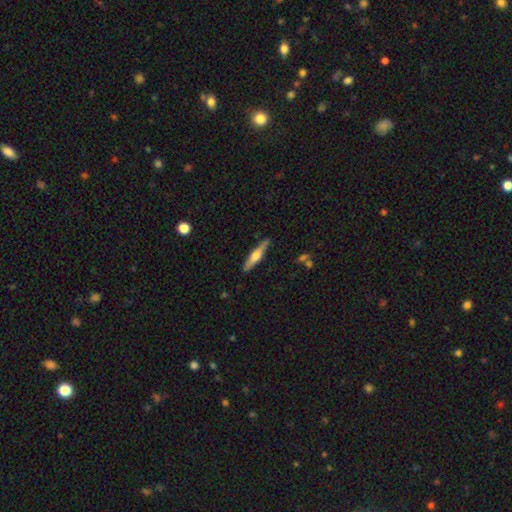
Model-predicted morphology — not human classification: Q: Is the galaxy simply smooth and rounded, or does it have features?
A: featured or disk — 57%.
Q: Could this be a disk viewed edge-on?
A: yes — 96%.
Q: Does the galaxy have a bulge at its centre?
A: rounded — 85%.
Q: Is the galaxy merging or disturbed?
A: none — 88%.